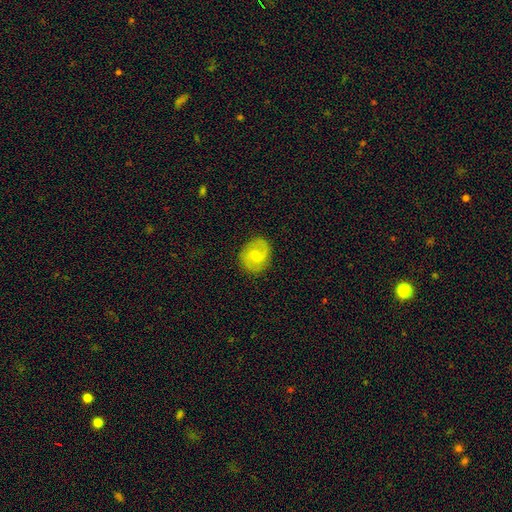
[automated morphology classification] This appears to be a featured or disk galaxy (64%) with no bar (57%), 2 (86%) medium (51%) spiral arms (90%) and a moderate central bulge (50%). Merging: none (85%).